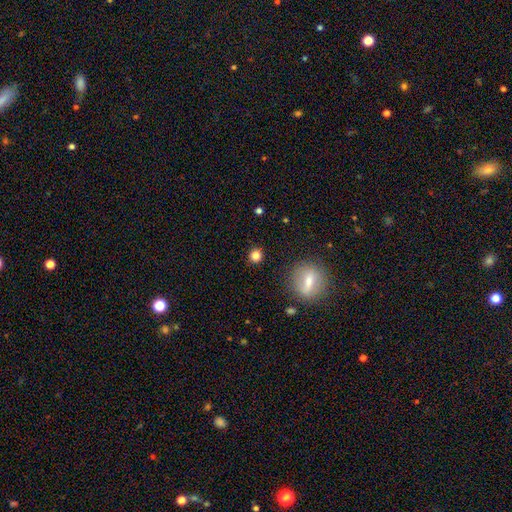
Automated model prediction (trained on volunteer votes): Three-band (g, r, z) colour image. It shows a smooth galaxy with no disk features (81%) that is round (88%). Merging: none (87%).